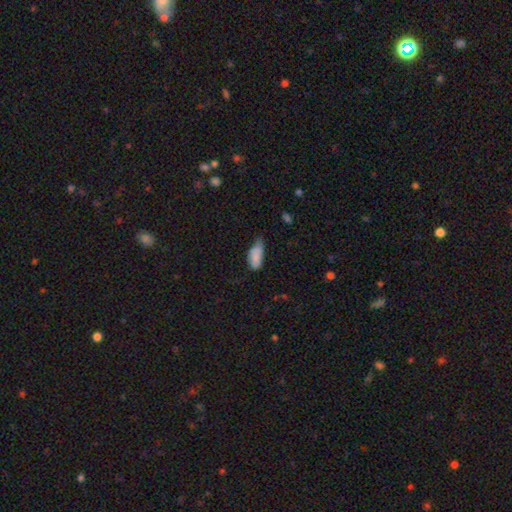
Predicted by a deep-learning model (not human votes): Smooth or featured: smooth — 83% (featured or disk — 10%)
How rounded: in between — 86% (cigar-shaped — 11%)
Merging: minor disturbance — 48% (none — 33%)